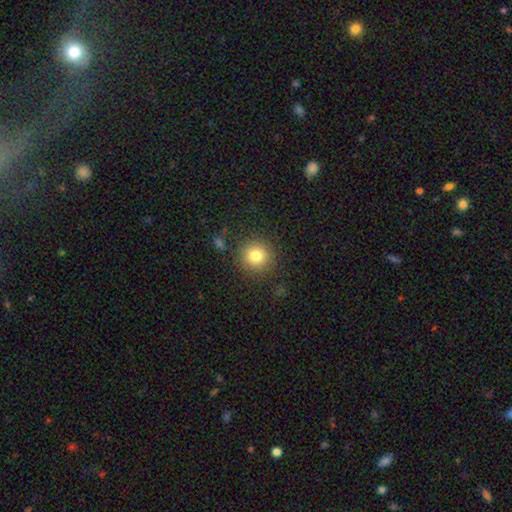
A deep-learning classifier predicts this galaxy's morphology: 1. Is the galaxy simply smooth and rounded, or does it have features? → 79% smooth, 12% star or artifact, 8% featured or disk.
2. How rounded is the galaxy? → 93% round, 6% in between, 1% cigar-shaped.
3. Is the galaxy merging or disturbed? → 87% none, 8% minor disturbance, 3% major disturbance, 2% merger.